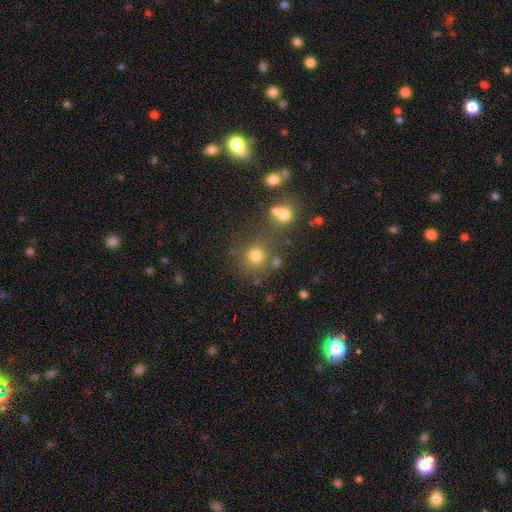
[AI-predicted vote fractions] This appears to be a smooth galaxy with no disk features (74%) that is round (90%). Merging: none (70%).